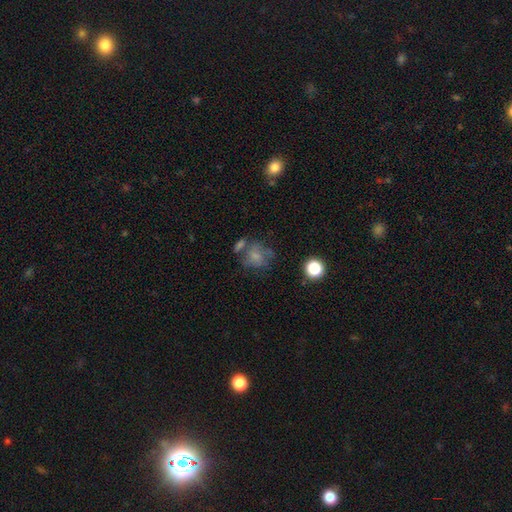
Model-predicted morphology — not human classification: Smooth or featured? smooth (57%)
How rounded? round (62%)
Merging? none (41%)